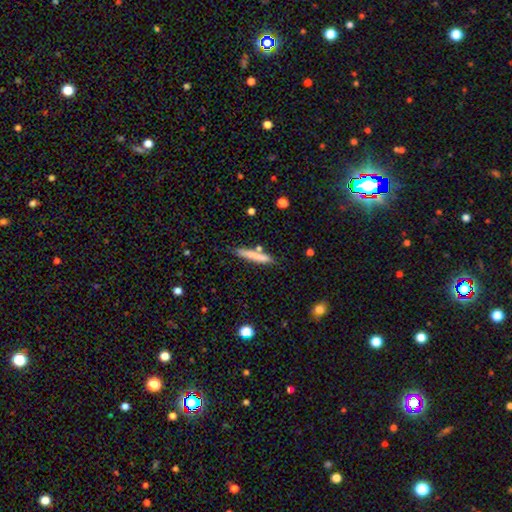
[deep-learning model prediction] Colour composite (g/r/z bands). It shows a smooth galaxy with no disk features (75%) that is cigar-shaped (92%). Merging: none (77%).